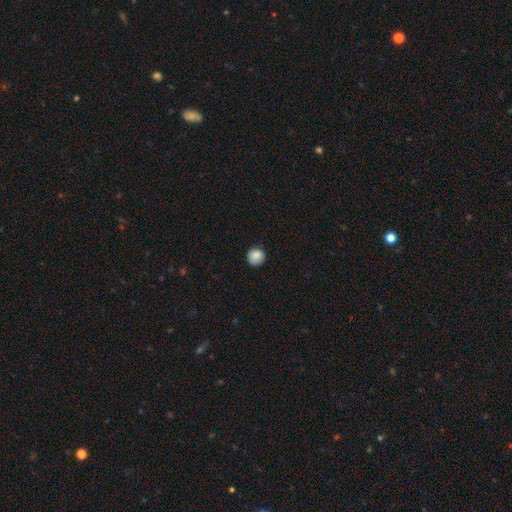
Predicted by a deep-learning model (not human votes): smooth-or-featured: smooth: 86% | star or artifact: 8% | featured or disk: 6%
  how-rounded: round: 92% | in between: 7% | cigar-shaped: 1%
  merging: none: 83% | minor disturbance: 13% | major disturbance: 2% | merger: 1%